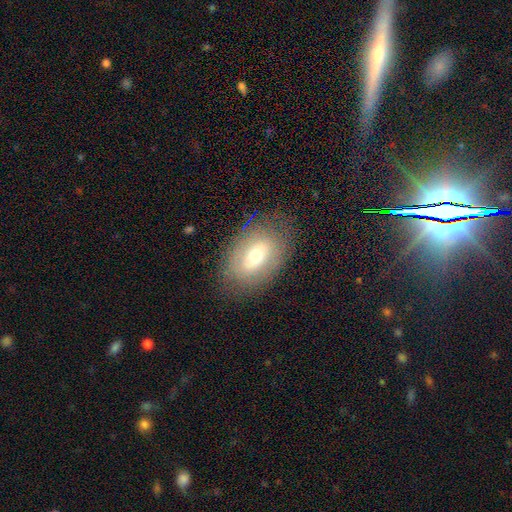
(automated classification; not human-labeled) Smooth or featured: smooth — 51% (featured or disk — 39%)
How rounded: in between — 84% (round — 14%)
Merging: none — 79% (minor disturbance — 14%)